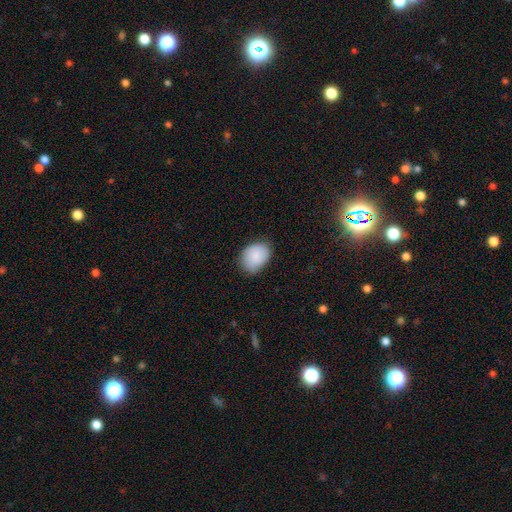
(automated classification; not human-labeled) smooth_or_featured: smooth (p=0.87) [alt: star or artifact p=0.07]
how_rounded: in between (p=0.67) [alt: round p=0.32]
merging: none (p=0.73) [alt: minor disturbance p=0.23]